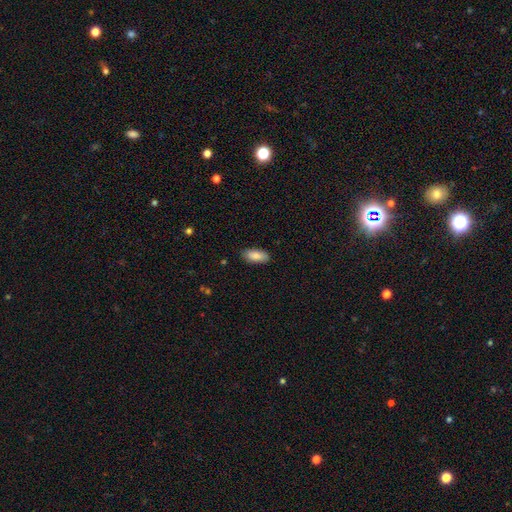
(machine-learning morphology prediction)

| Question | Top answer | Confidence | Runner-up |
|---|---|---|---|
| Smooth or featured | smooth | 86% | featured or disk (8%) |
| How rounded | in between | 86% | cigar-shaped (12%) |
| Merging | none | 86% | minor disturbance (11%) |